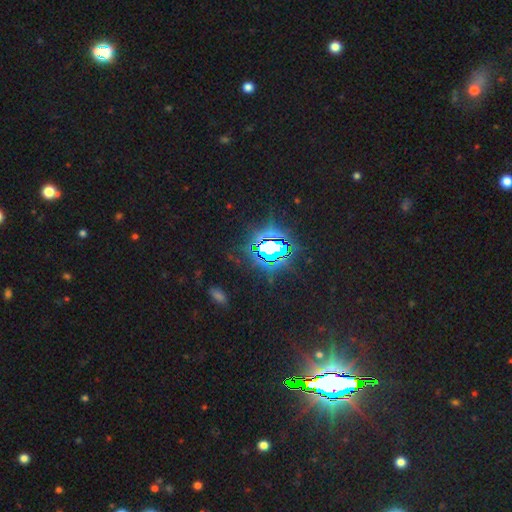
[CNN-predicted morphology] Overall: star or artifact (84%).